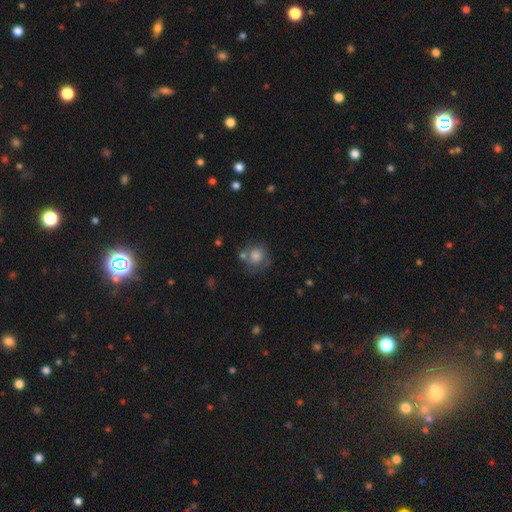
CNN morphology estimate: smooth-or-featured: smooth: 67% | featured or disk: 23% | star or artifact: 10%
  how-rounded: round: 82% | in between: 17% | cigar-shaped: 1%
  merging: none: 50% | minor disturbance: 21% | merger: 16% | major disturbance: 12%